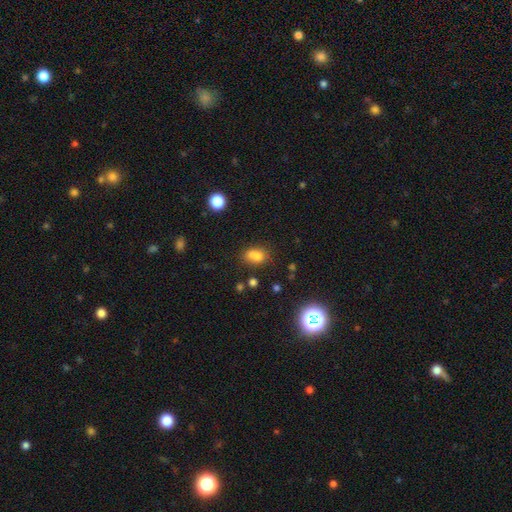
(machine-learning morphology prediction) smooth-or-featured: smooth: 74% | star or artifact: 15% | featured or disk: 11%
  how-rounded: in between: 69% | round: 28% | cigar-shaped: 3%
  merging: none: 48% | merger: 31% | minor disturbance: 16% | major disturbance: 6%